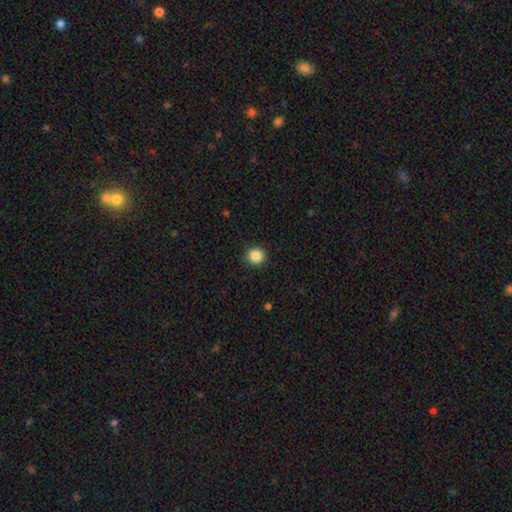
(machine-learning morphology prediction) A smooth galaxy with no disk features (87%) that is round (93%).

Vote fractions:
- Smooth or featured? smooth: 87% / star or artifact: 10% / featured or disk: 3%
- How rounded? round: 93% / in between: 6% / cigar-shaped: 1%
- Merging? none: 92% / minor disturbance: 5% / major disturbance: 2% / merger: 1%